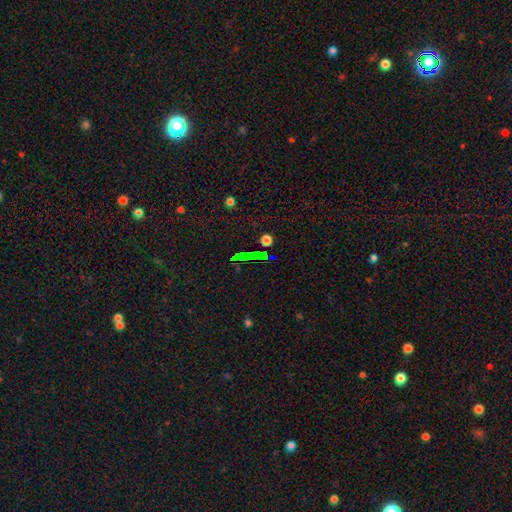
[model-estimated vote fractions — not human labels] Q: Smooth or featured?
A: star or artifact (63%); runner-up: smooth (20%)